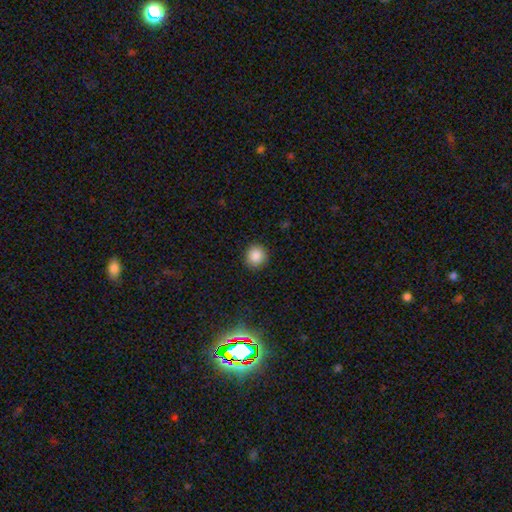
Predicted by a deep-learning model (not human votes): smooth_or_featured: smooth (p=0.87) [alt: star or artifact p=0.09]
how_rounded: round (p=0.89) [alt: in between p=0.10]
merging: none (p=0.89) [alt: minor disturbance p=0.08]